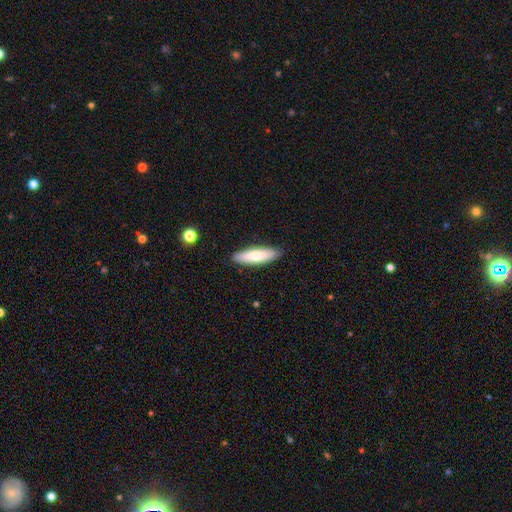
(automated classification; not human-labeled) A smooth galaxy with no disk features (72%) that is cigar-shaped (59%).

Vote fractions:
- Smooth or featured? smooth: 72% / featured or disk: 23% / star or artifact: 6%
- How rounded? cigar-shaped: 59% / in between: 40% / round: 2%
- Merging? none: 88% / minor disturbance: 9% / major disturbance: 2% / merger: 1%